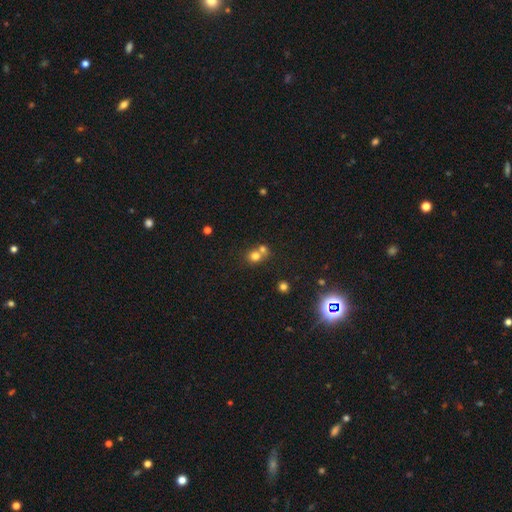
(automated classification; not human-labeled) Smooth or featured? Predicted: smooth (p=0.74). How rounded? Predicted: round (p=0.80). Merging? Predicted: merger (p=0.51).